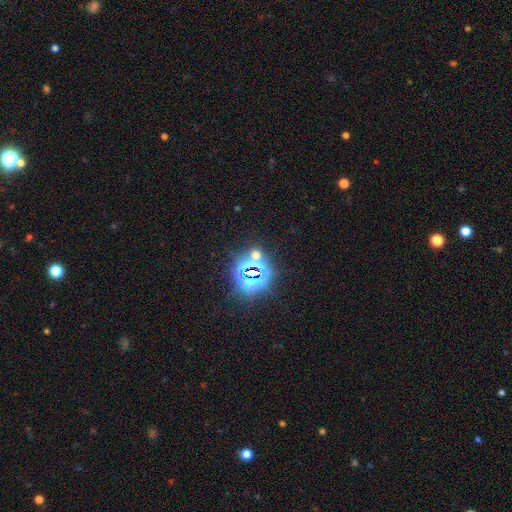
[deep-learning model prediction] Overall: star or artifact (67%).